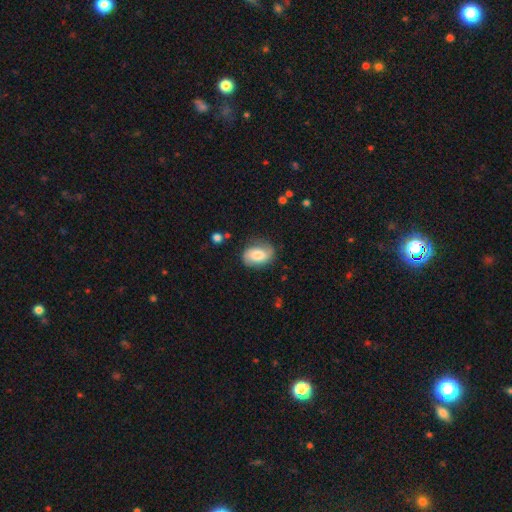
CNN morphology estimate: This appears to be a smooth galaxy with no disk features (60%) that is in between round and cigar-shaped (77%). Merging: none (74%).